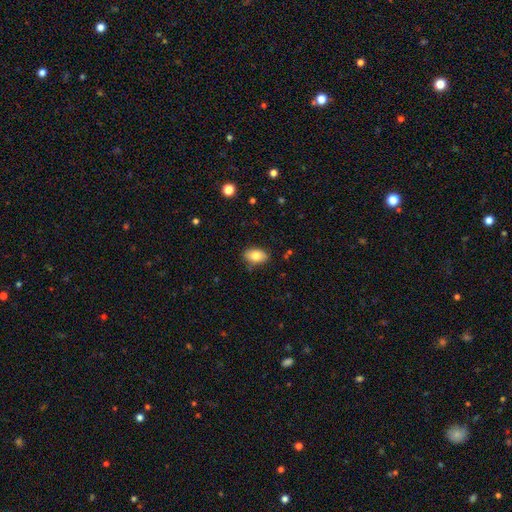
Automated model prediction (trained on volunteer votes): smooth_or_featured: smooth (p=0.81) [alt: featured or disk p=0.11]
how_rounded: in between (p=0.90) [alt: round p=0.09]
merging: none (p=0.82) [alt: minor disturbance p=0.14]